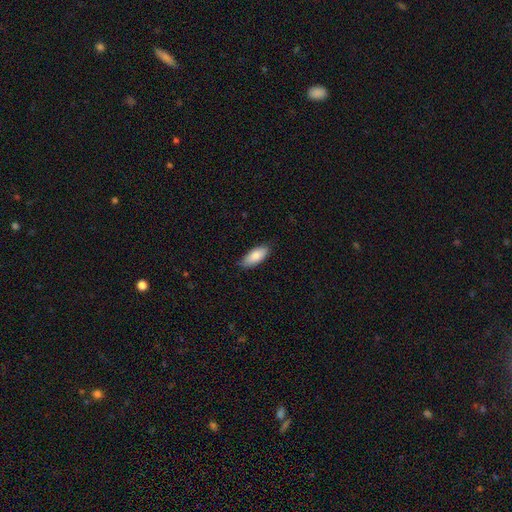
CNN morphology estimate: Smooth or featured?
  - smooth: 85% *
  - featured or disk: 9%
  - star or artifact: 6%
How rounded?
  - in between: 83% *
  - cigar-shaped: 15%
  - round: 2%
Merging?
  - none: 81% *
  - minor disturbance: 15%
  - major disturbance: 2%
  - merger: 1%